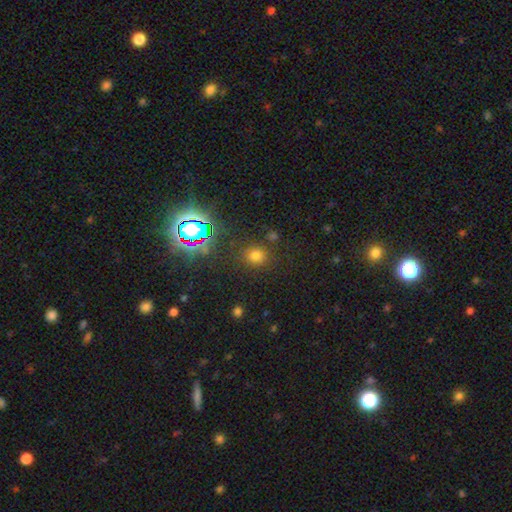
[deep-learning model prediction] smooth-or-featured: smooth: 68% | star or artifact: 26% | featured or disk: 6%
  how-rounded: round: 77% | in between: 22% | cigar-shaped: 1%
  merging: none: 83% | minor disturbance: 9% | major disturbance: 4% | merger: 3%